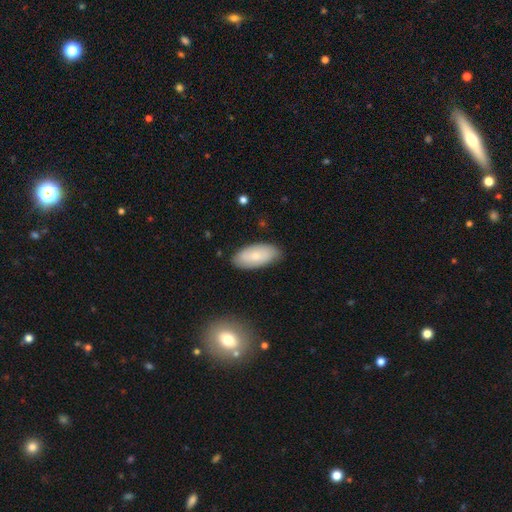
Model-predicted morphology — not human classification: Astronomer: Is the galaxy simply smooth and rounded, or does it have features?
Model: smooth — 71%.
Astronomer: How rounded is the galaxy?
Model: in between — 92%.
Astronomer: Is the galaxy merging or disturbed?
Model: none — 83%.